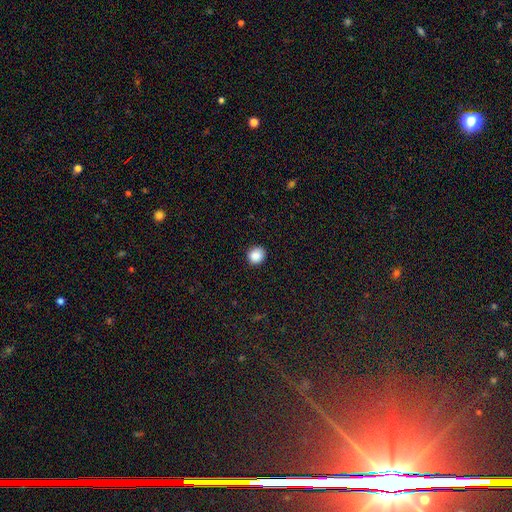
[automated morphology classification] The model was most divided on "how rounded": round: 84%, in between: 15%, cigar-shaped: 1%. More confident: merging — none (90%); smooth or featured — smooth (88%).